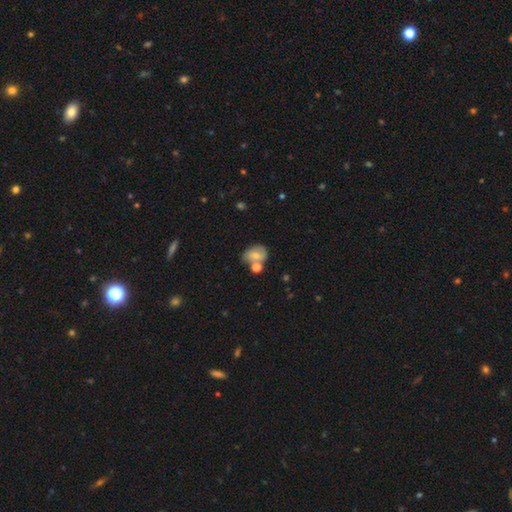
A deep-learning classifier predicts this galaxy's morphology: This is likely a smooth galaxy (68%). How rounded: possibly in between (58%). Merging: possibly none (47%).